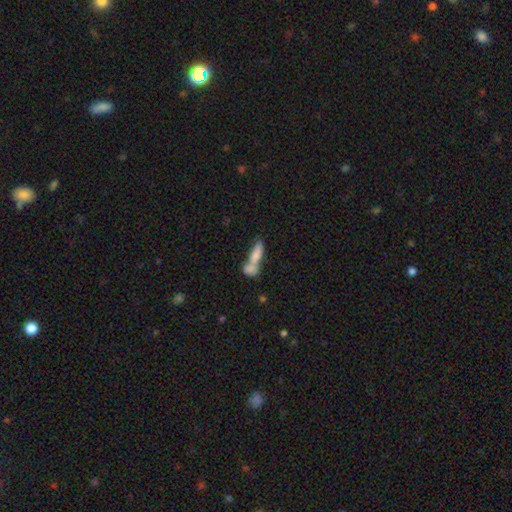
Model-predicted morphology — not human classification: smooth_or_featured: smooth (p=0.75) [alt: featured or disk p=0.17]
how_rounded: in between (p=0.50) [alt: cigar-shaped p=0.46]
merging: merger (p=0.63) [alt: none p=0.24]